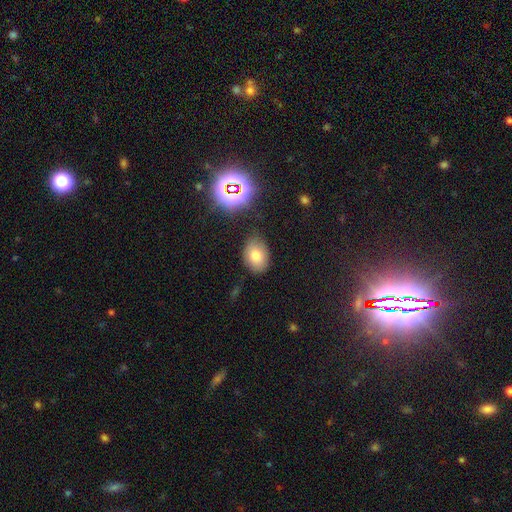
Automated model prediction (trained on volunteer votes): This is likely a smooth galaxy (75%). How rounded: likely in between (77%). Merging: likely none (78%).